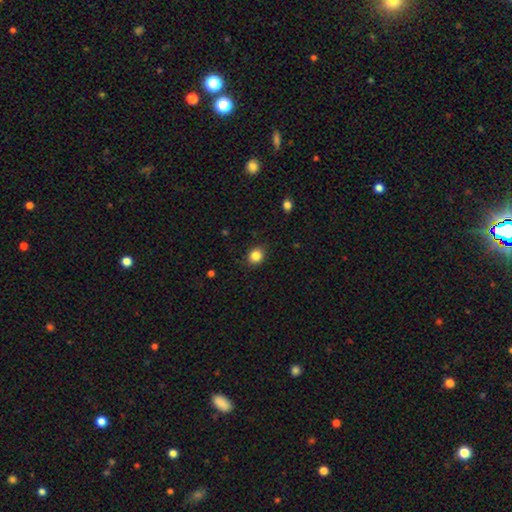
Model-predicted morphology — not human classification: Smooth or featured?
  - smooth: 85% *
  - star or artifact: 11%
  - featured or disk: 5%
How rounded?
  - round: 74% *
  - in between: 25%
  - cigar-shaped: 1%
Merging?
  - none: 89% *
  - minor disturbance: 8%
  - major disturbance: 2%
  - merger: 1%